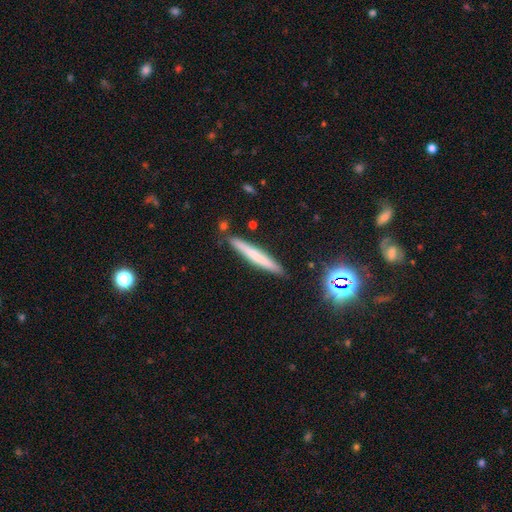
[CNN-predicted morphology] This appears to be a smooth galaxy with no disk features (61%) that is cigar-shaped (96%). Merging: none (88%).